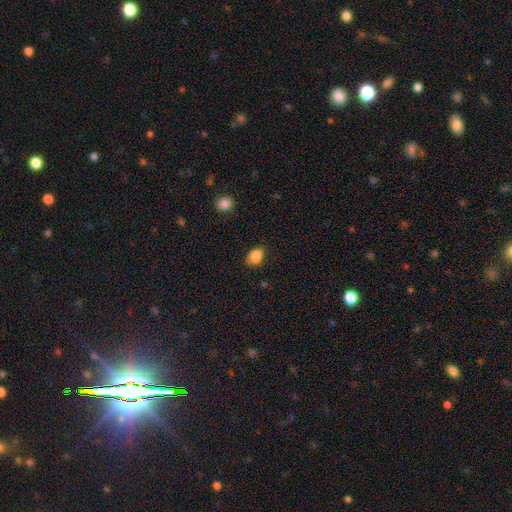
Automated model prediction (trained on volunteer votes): Smooth or featured? Predicted: smooth (p=0.84). How rounded? Predicted: in between (p=0.70). Merging? Predicted: none (p=0.66).